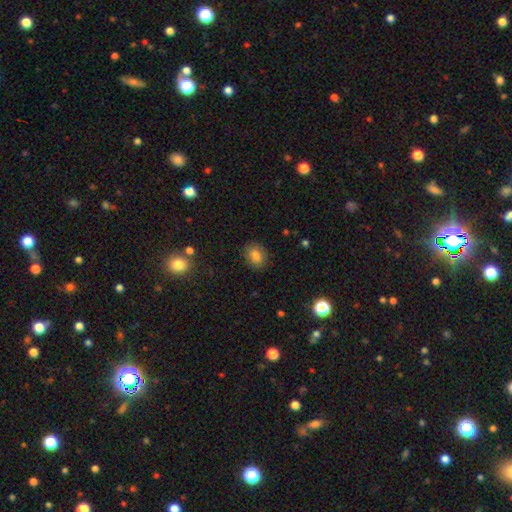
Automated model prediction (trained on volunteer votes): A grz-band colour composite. It shows a smooth galaxy with no disk features (82%) that is round (54%). Merging: none (88%).